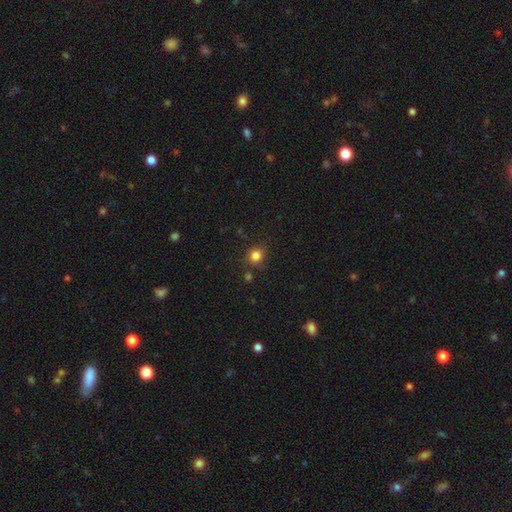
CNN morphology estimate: This appears to be a smooth galaxy with no disk features (82%) that is round (85%). Merging: none (83%).